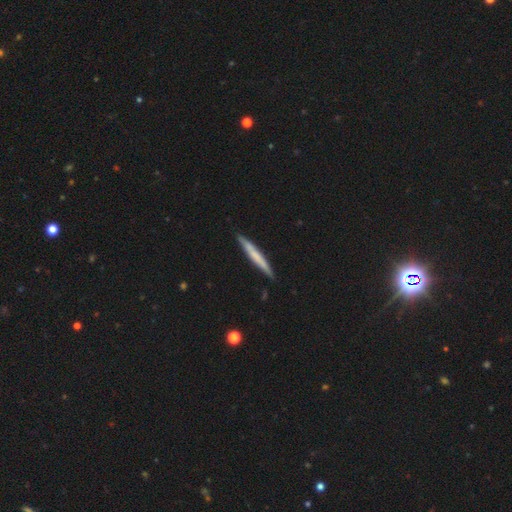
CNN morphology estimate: smooth 56%, featured or disk 39%, star or artifact 5%. Down the decision tree: how rounded — cigar-shaped (96%); merging — none (89%).